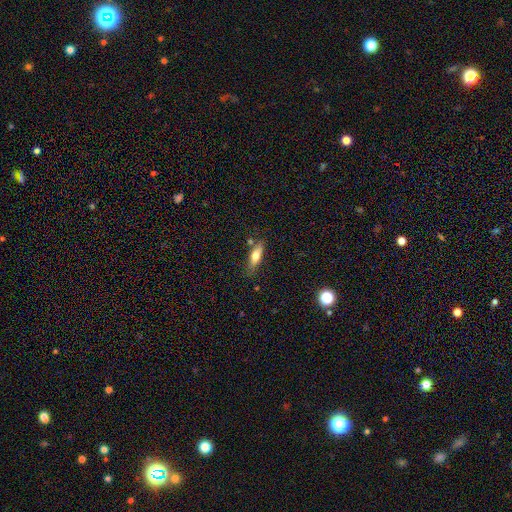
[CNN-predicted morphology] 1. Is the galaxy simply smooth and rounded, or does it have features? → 64% smooth, 29% featured or disk, 7% star or artifact.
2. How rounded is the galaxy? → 49% cigar-shaped, 48% in between, 3% round.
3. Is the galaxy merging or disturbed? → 75% none, 16% minor disturbance, 5% merger, 4% major disturbance.